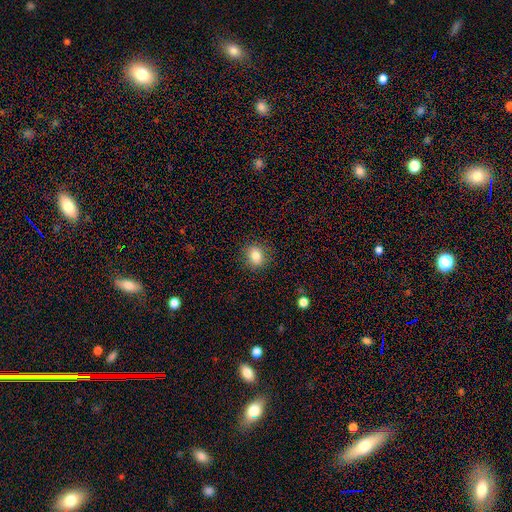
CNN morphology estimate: Smooth or featured? smooth (82%)
How rounded? round (62%)
Merging? none (88%)